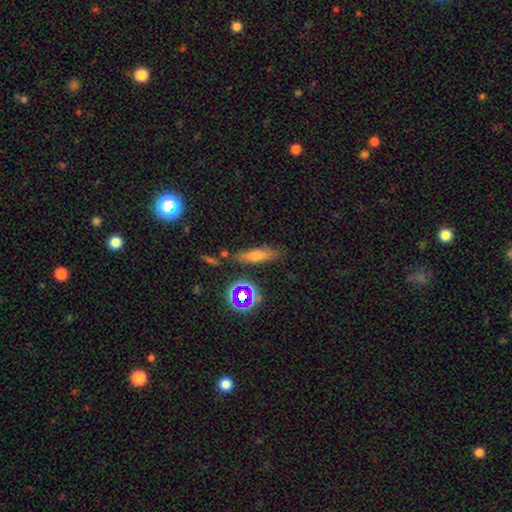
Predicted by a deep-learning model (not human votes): Smooth or featured? smooth (54%)
How rounded? cigar-shaped (61%)
Merging? none (78%)